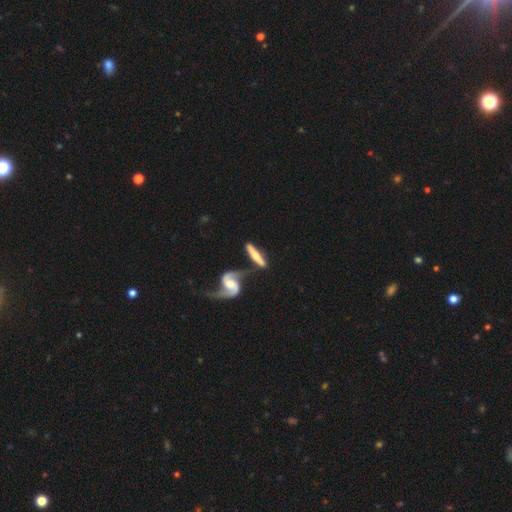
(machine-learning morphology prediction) A featured or disk galaxy (64%) viewed edge-on (60%).

Vote fractions:
- Smooth or featured? featured or disk: 64% / smooth: 30% / star or artifact: 6%
- Edge-on disk? yes: 60% / no: 40%
- Merging? none: 50% / merger: 26% / minor disturbance: 15% / major disturbance: 8%